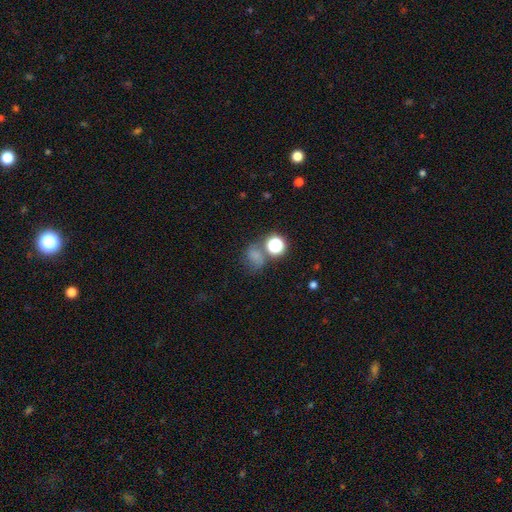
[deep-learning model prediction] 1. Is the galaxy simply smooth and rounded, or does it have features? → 65% smooth, 24% star or artifact, 11% featured or disk.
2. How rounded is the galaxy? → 62% round, 36% in between, 1% cigar-shaped.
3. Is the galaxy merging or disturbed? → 51% none, 19% merger, 18% minor disturbance, 12% major disturbance.